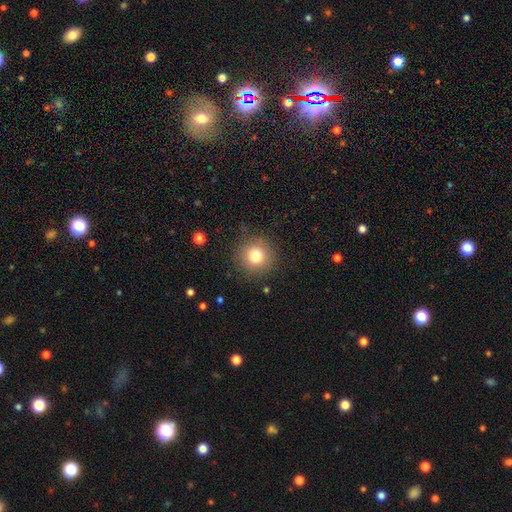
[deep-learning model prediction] Smooth or featured? Predicted: smooth (p=0.78). How rounded? Predicted: round (p=0.95). Merging? Predicted: none (p=0.87).